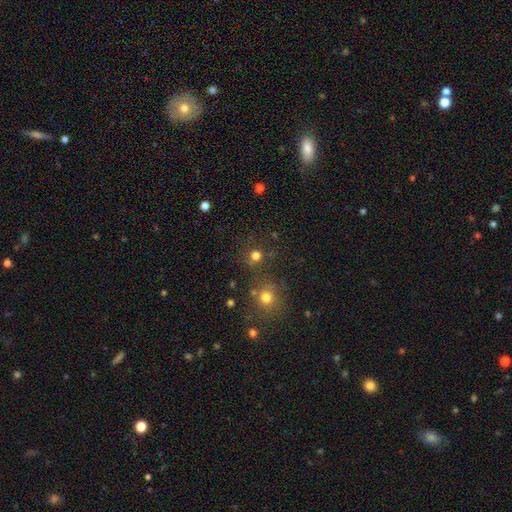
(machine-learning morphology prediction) smooth_or_featured: smooth (p=0.74) [alt: star or artifact p=0.20]
how_rounded: round (p=0.91) [alt: in between p=0.08]
merging: none (p=0.76) [alt: merger p=0.11]